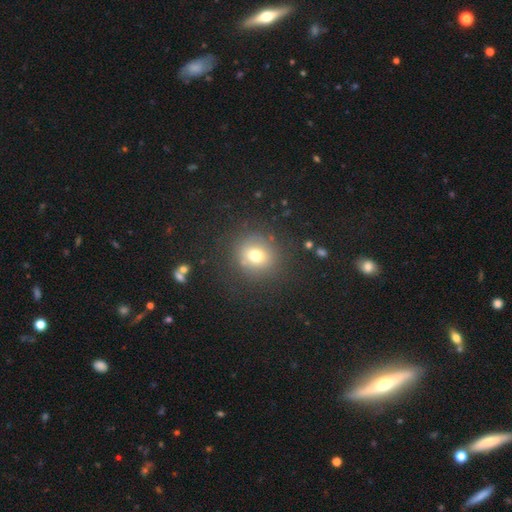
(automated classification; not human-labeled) The model was most divided on "smooth or featured": smooth: 71%, star or artifact: 16%, featured or disk: 13%. More confident: how rounded — round (85%); merging — none (82%).